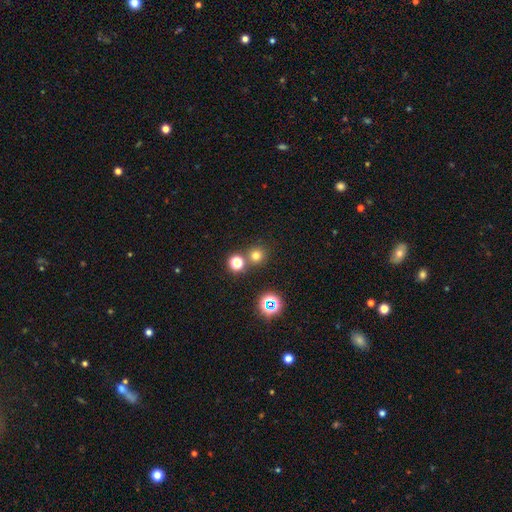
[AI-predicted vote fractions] smooth_or_featured: smooth (p=0.69) [alt: star or artifact p=0.25]
how_rounded: round (p=0.92) [alt: in between p=0.07]
merging: none (p=0.74) [alt: merger p=0.17]